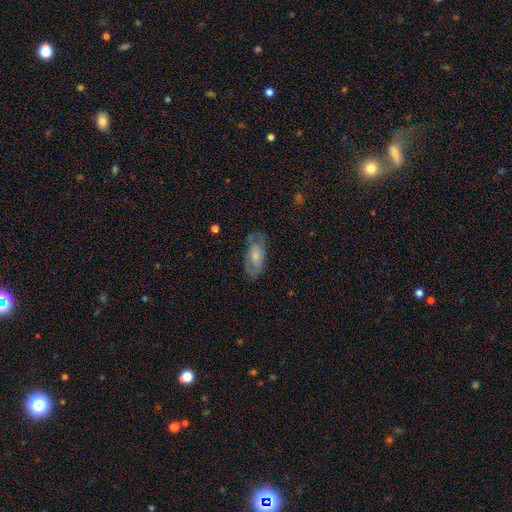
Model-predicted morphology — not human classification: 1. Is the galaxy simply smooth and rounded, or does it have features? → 49% smooth, 44% featured or disk, 7% star or artifact.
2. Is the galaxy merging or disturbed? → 67% none, 22% minor disturbance, 9% major disturbance, 2% merger.